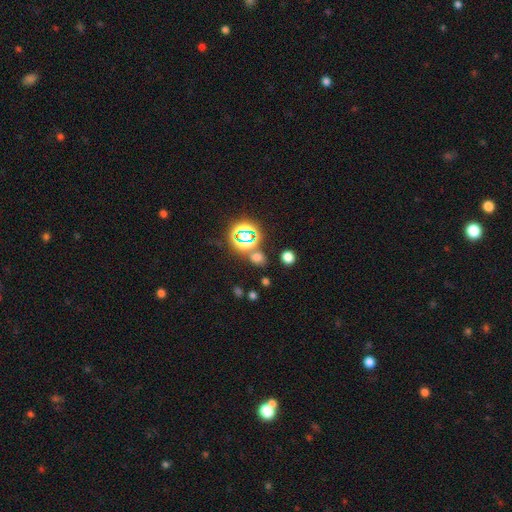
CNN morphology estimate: smooth-or-featured: star or artifact: 65% | smooth: 27% | featured or disk: 8%